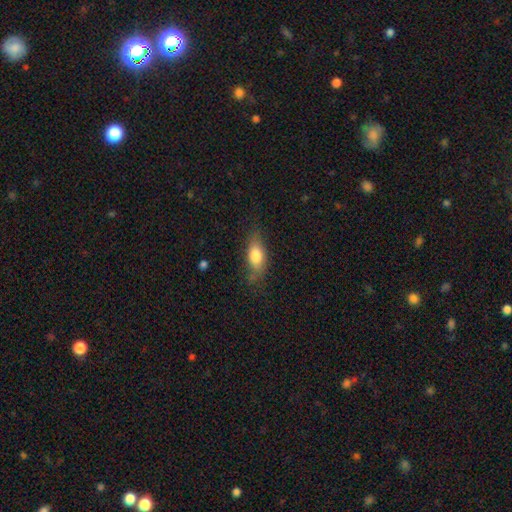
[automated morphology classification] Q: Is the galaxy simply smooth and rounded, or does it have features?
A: smooth — 75%.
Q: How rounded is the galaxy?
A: in between — 79%.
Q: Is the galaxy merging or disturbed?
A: none — 70%.